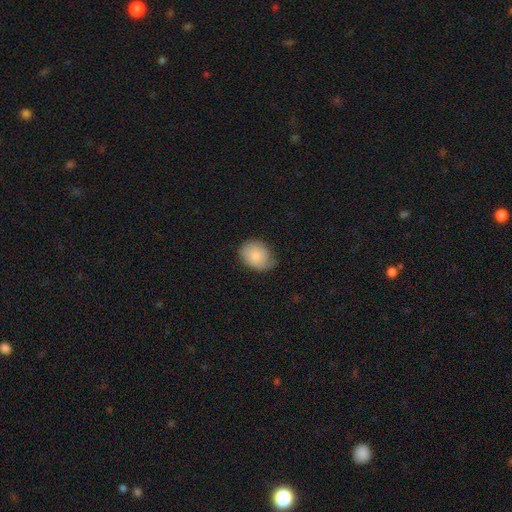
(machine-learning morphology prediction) This appears to be a smooth galaxy with no disk features (81%) that is in between round and cigar-shaped (55%). Merging: none (54%).